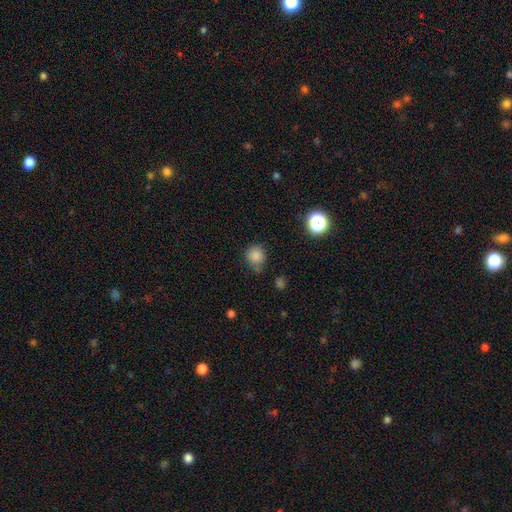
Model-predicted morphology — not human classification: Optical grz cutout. It shows a smooth galaxy with no disk features (83%) that is round (88%). Merging: none (70%).